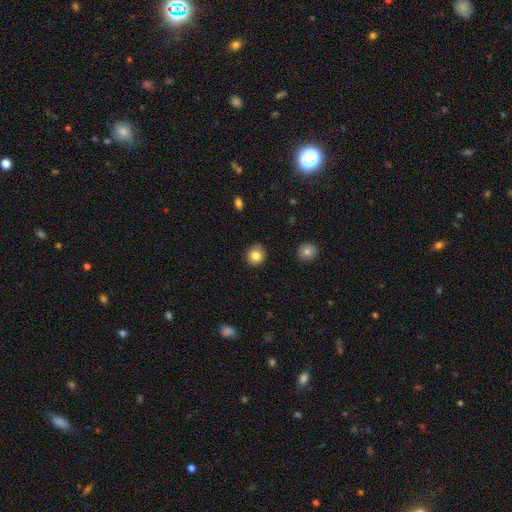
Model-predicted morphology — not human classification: Smooth or featured: smooth — 83% (star or artifact — 10%)
How rounded: round — 80% (in between — 19%)
Merging: none — 87% (minor disturbance — 10%)